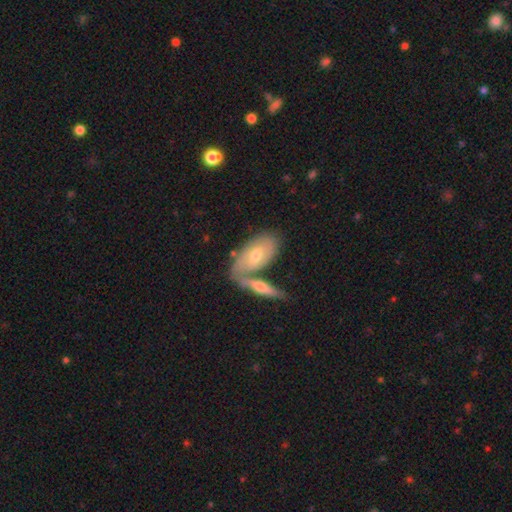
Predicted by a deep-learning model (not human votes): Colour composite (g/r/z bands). It shows a featured or disk galaxy (53%). Merging: none (45%).